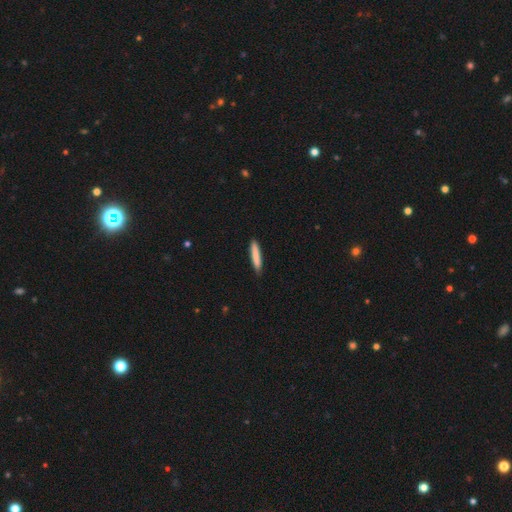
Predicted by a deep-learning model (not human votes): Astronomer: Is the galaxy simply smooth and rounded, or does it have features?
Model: smooth — 83%.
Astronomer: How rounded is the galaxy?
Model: cigar-shaped — 92%.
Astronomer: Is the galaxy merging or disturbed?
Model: none — 88%.